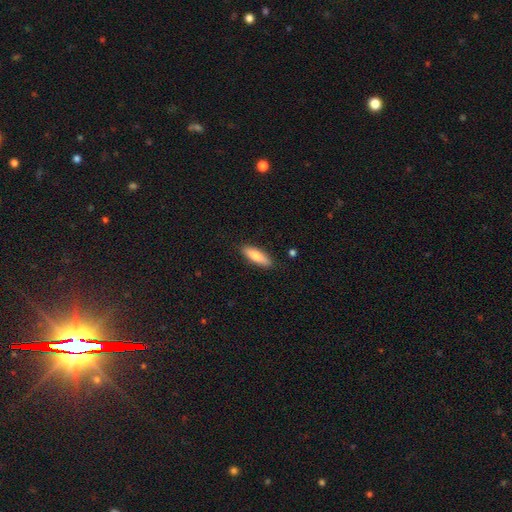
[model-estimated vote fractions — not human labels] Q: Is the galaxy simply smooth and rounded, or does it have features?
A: smooth — 76%.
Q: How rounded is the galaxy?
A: cigar-shaped — 52%.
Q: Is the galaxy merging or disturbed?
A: none — 88%.